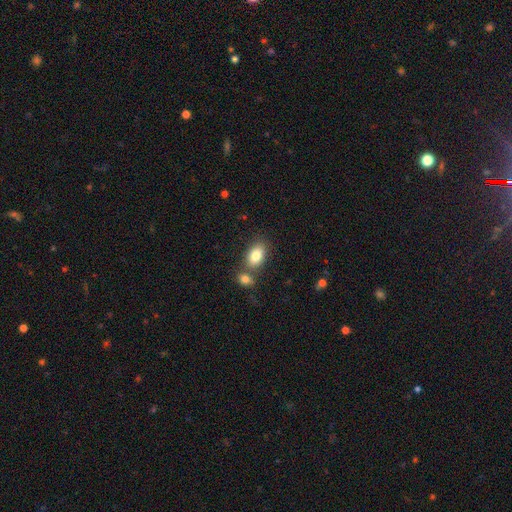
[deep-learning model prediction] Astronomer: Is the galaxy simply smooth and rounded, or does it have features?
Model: smooth — 82%.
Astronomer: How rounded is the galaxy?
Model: in between — 89%.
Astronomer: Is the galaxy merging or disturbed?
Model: none — 60%.